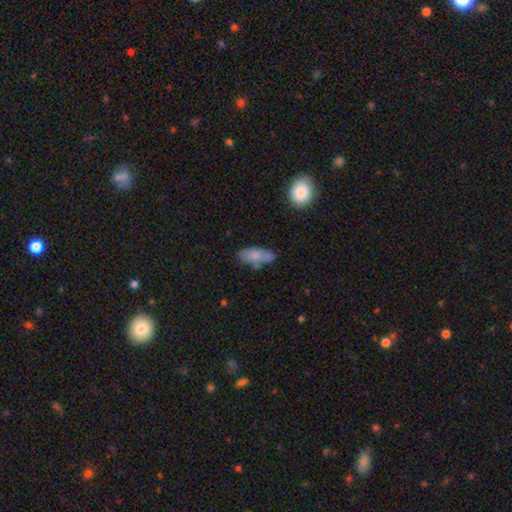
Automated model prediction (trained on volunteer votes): smooth 76%, featured or disk 17%, star or artifact 7%. Down the decision tree: how rounded — in between (82%); merging — none (61%).